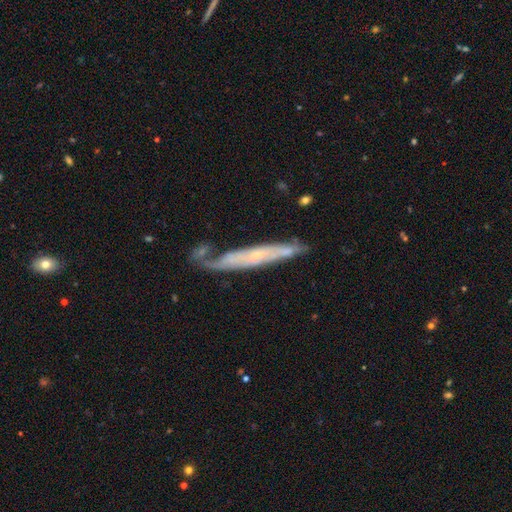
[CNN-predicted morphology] featured or disk 69%, smooth 25%, star or artifact 7%. Down the decision tree: edge-on disk — yes (68%); merging — none (58%).